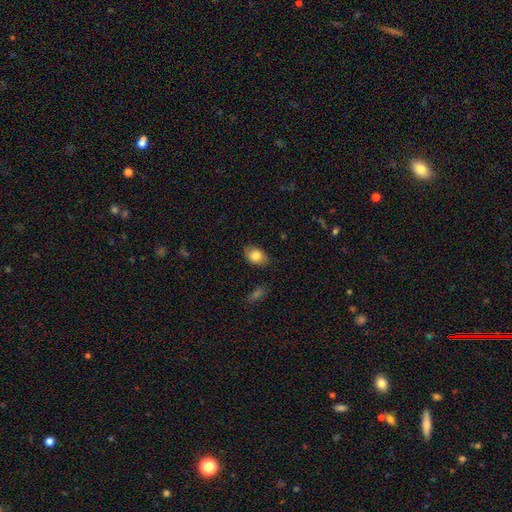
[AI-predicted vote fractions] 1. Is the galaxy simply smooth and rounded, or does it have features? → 83% smooth, 10% featured or disk, 7% star or artifact.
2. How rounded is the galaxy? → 82% in between, 16% round, 1% cigar-shaped.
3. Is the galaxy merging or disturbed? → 81% none, 15% minor disturbance, 3% major disturbance, 2% merger.